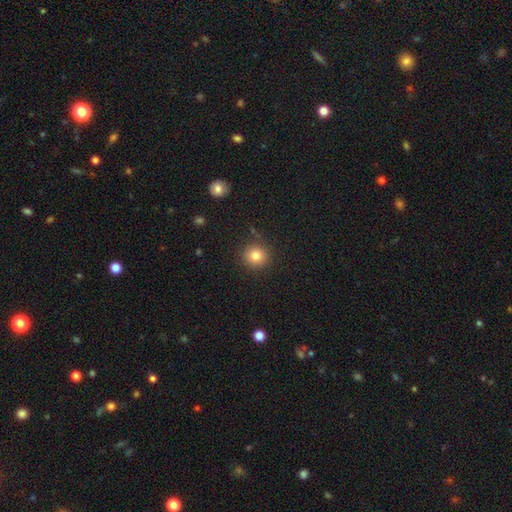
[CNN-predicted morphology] Smooth or featured? Predicted: smooth (p=0.82). How rounded? Predicted: round (p=0.90). Merging? Predicted: none (p=0.87).